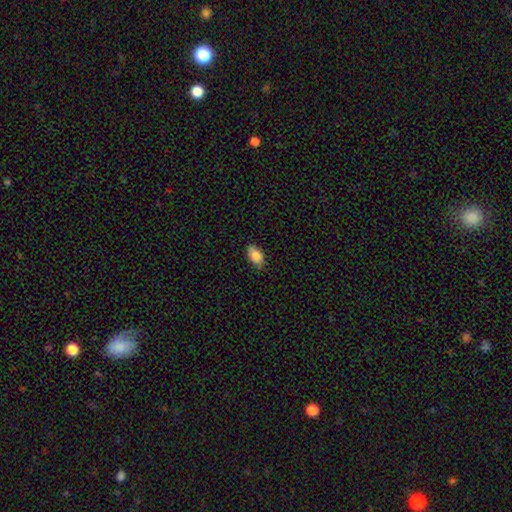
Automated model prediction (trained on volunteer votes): smooth 87%, star or artifact 7%, featured or disk 6%. Down the decision tree: how rounded — in between (92%); merging — none (81%).